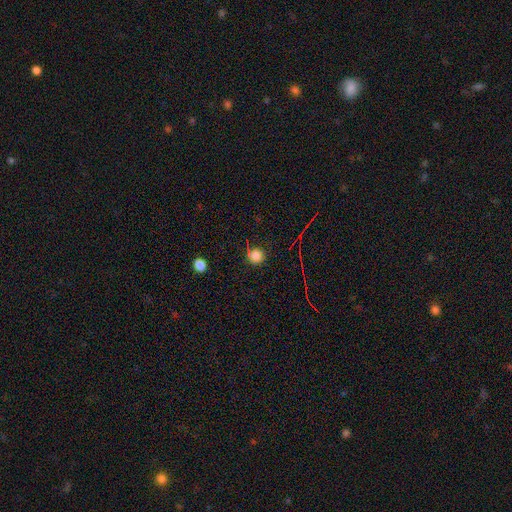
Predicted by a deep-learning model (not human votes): Smooth or featured? Predicted: smooth (p=0.77). How rounded? Predicted: round (p=0.92). Merging? Predicted: none (p=0.79).